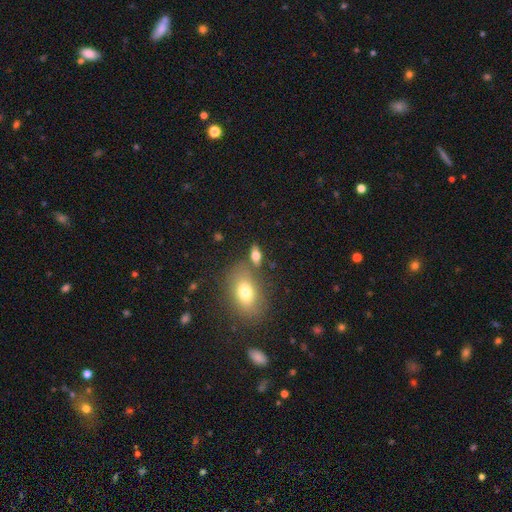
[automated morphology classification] smooth-or-featured: smooth: 73% | featured or disk: 16% | star or artifact: 11%
  how-rounded: in between: 79% | round: 10% | cigar-shaped: 10%
  merging: none: 67% | merger: 15% | minor disturbance: 13% | major disturbance: 5%